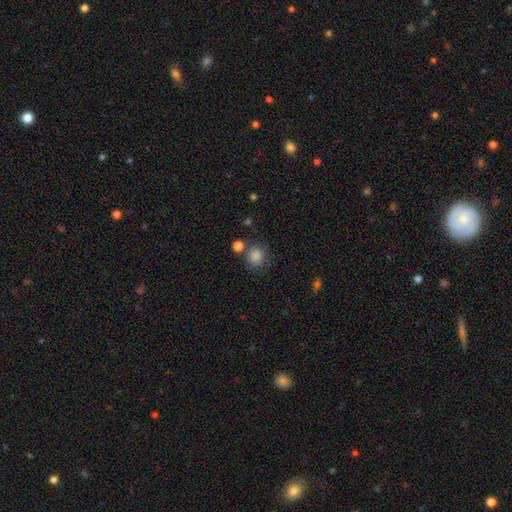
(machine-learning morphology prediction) This is clearly a smooth galaxy (84%). How rounded: clearly round (84%). Merging: likely none (69%).